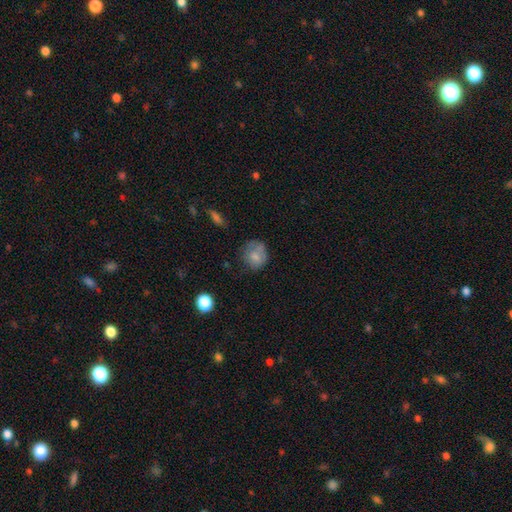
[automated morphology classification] The model was most divided on "merging": none: 53%, minor disturbance: 29%, major disturbance: 15%, merger: 3%. More confident: how rounded — round (75%); smooth or featured — smooth (71%).